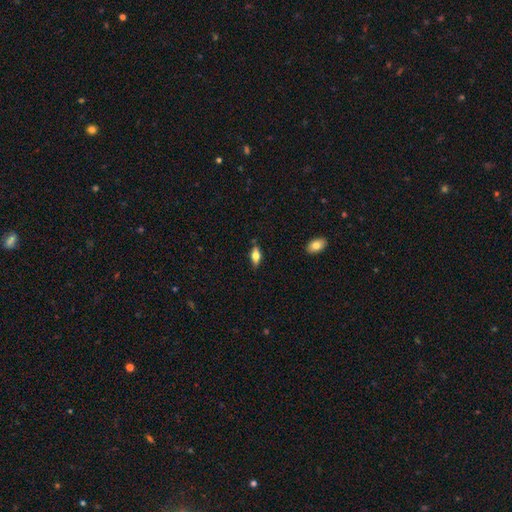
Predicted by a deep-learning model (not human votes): Smooth or featured? smooth (60%)
How rounded? in between (79%)
Merging? none (82%)